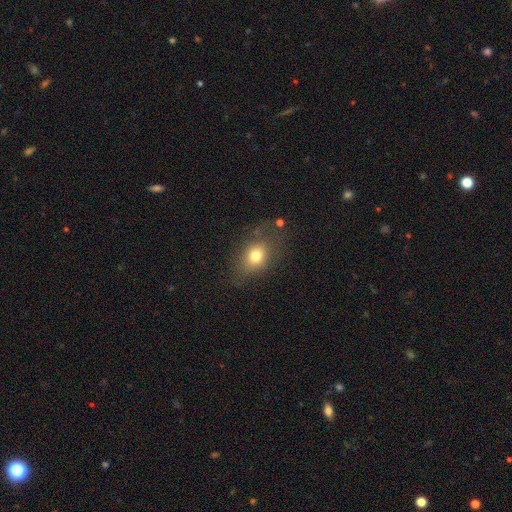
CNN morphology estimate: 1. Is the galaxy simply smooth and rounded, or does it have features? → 74% smooth, 13% star or artifact, 13% featured or disk.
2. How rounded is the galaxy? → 57% in between, 41% round, 2% cigar-shaped.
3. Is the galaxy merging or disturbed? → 66% none, 20% minor disturbance, 11% major disturbance, 3% merger.